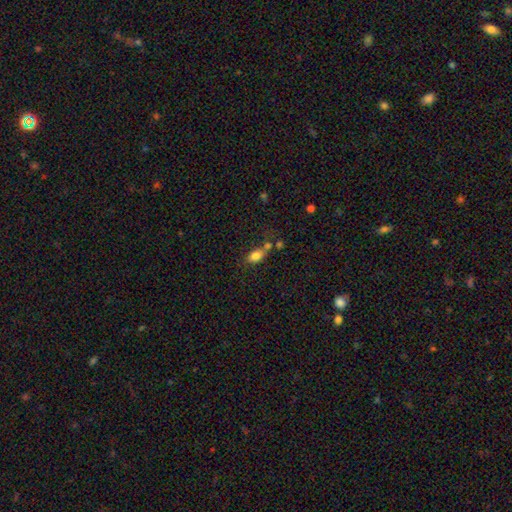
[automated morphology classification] Overall: smooth (81%). How rounded: in between (83%). Merging: none (52%; merger 25%).